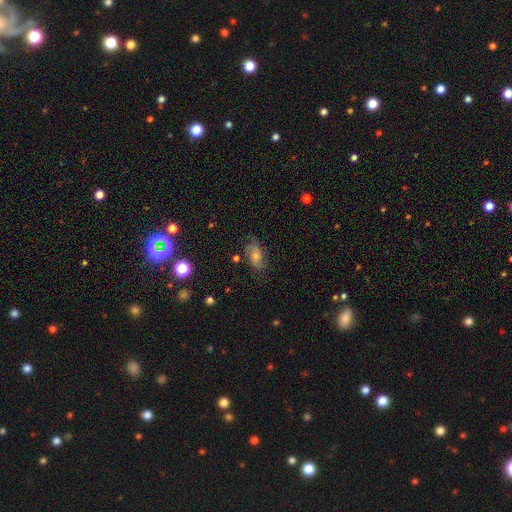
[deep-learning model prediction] This appears to be a featured or disk galaxy (53%). Merging: none (75%).